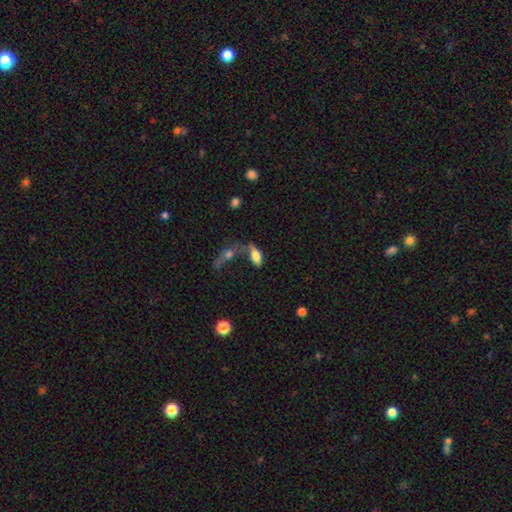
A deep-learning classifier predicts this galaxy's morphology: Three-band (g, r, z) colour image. It shows a smooth galaxy with no disk features (71%) that is in between round and cigar-shaped (83%). Merging: merger (42%).